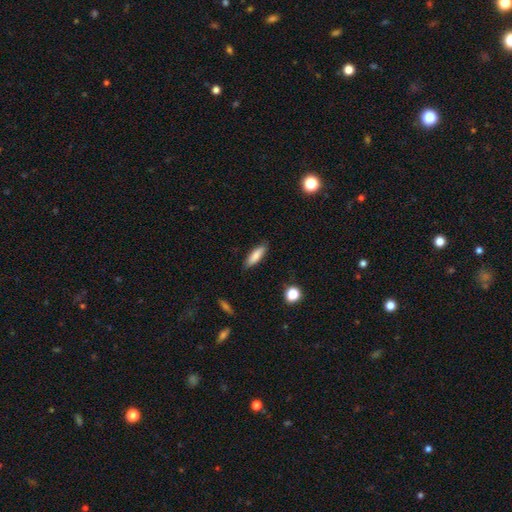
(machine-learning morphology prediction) smooth 83%, featured or disk 10%, star or artifact 7%. Down the decision tree: how rounded — cigar-shaped (52%); merging — none (87%).